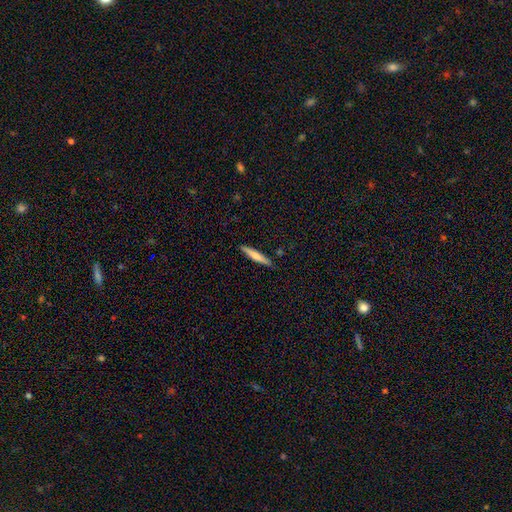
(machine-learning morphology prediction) Smooth or featured?
  - smooth: 64% *
  - featured or disk: 30%
  - star or artifact: 6%
How rounded?
  - cigar-shaped: 92% *
  - in between: 6%
  - round: 1%
Merging?
  - none: 87% *
  - minor disturbance: 10%
  - major disturbance: 2%
  - merger: 2%